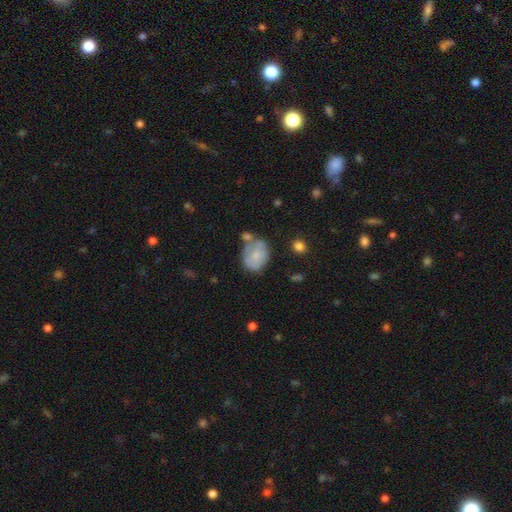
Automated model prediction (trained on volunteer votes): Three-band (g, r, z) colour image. It shows a smooth galaxy with no disk features (60%) that is in between round and cigar-shaped (57%). Merging: none (41%).